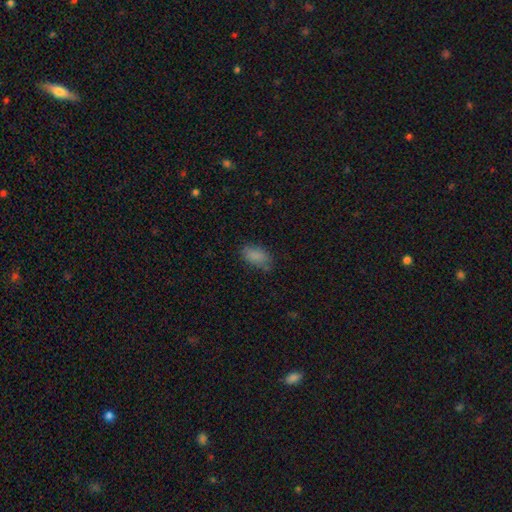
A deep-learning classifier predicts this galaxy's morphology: Q: Smooth or featured?
A: smooth (84%); runner-up: star or artifact (10%)
Q: How rounded?
A: in between (92%); runner-up: round (4%)
Q: Merging?
A: none (69%); runner-up: minor disturbance (23%)